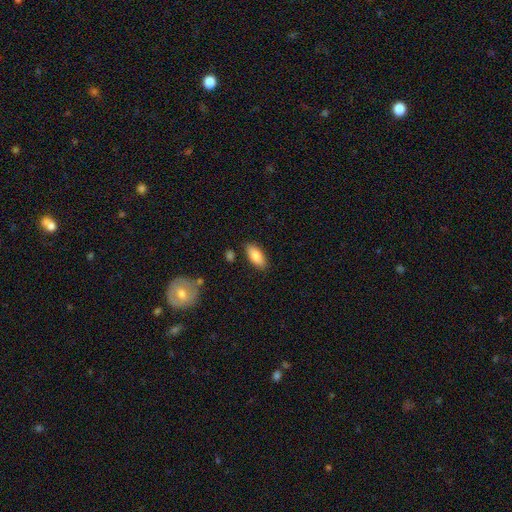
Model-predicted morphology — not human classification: smooth 83%, featured or disk 11%, star or artifact 6%. Down the decision tree: how rounded — in between (85%); merging — none (84%).